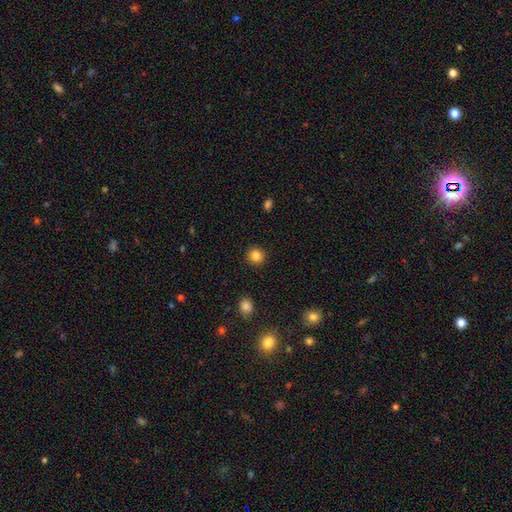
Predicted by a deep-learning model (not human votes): Smooth or featured?
  - smooth: 85% *
  - star or artifact: 11%
  - featured or disk: 4%
How rounded?
  - round: 94% *
  - in between: 5%
  - cigar-shaped: 1%
Merging?
  - none: 92% *
  - minor disturbance: 5%
  - major disturbance: 2%
  - merger: 1%